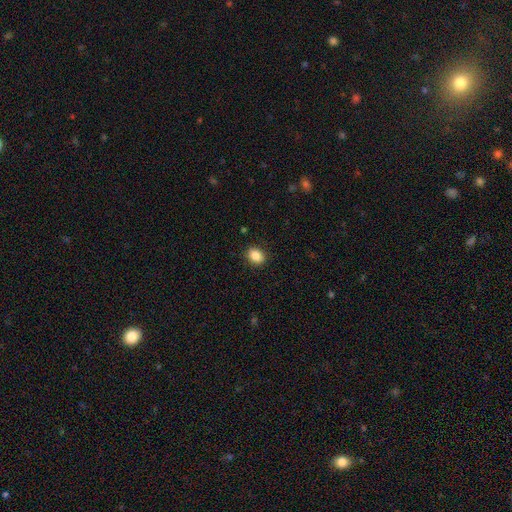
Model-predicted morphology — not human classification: smooth_or_featured: smooth (p=0.88) [alt: star or artifact p=0.09]
how_rounded: in between (p=0.62) [alt: round p=0.37]
merging: none (p=0.89) [alt: minor disturbance p=0.08]